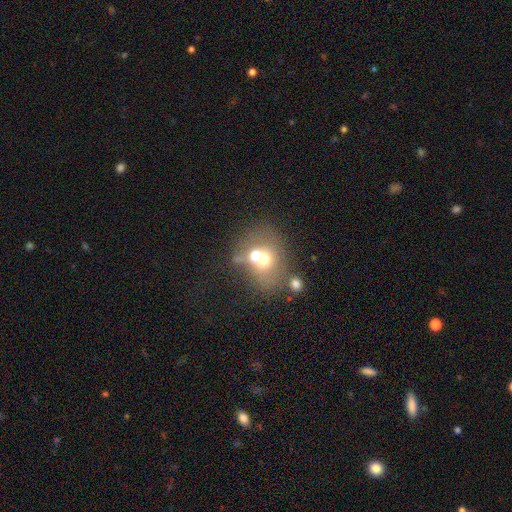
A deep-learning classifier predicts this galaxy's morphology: A smooth galaxy with no disk features (59%) that is round (61%).

Vote fractions:
- Smooth or featured? smooth: 59% / featured or disk: 28% / star or artifact: 13%
- How rounded? round: 61% / in between: 38% / cigar-shaped: 1%
- Merging? merger: 59% / none: 27% / minor disturbance: 8% / major disturbance: 6%